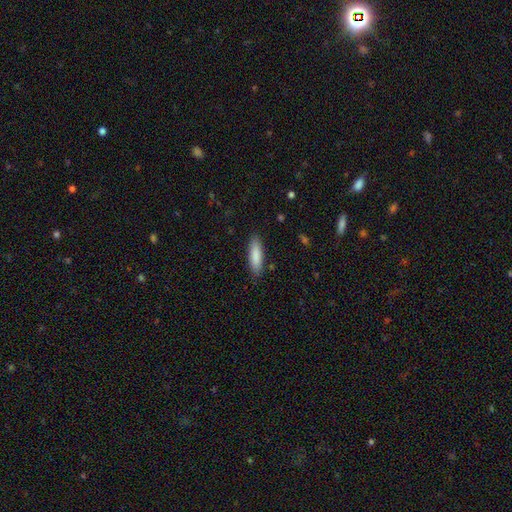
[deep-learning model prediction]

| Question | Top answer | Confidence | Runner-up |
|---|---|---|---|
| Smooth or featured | smooth | 86% | featured or disk (8%) |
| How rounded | cigar-shaped | 57% | in between (42%) |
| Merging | none | 88% | minor disturbance (9%) |